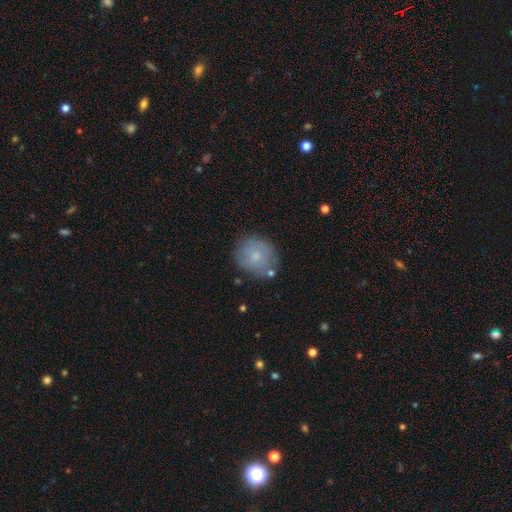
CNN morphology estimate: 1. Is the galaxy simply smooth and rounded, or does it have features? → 73% smooth, 19% featured or disk, 8% star or artifact.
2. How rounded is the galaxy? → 81% round, 18% in between, 1% cigar-shaped.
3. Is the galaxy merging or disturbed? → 73% none, 17% minor disturbance, 5% merger, 5% major disturbance.